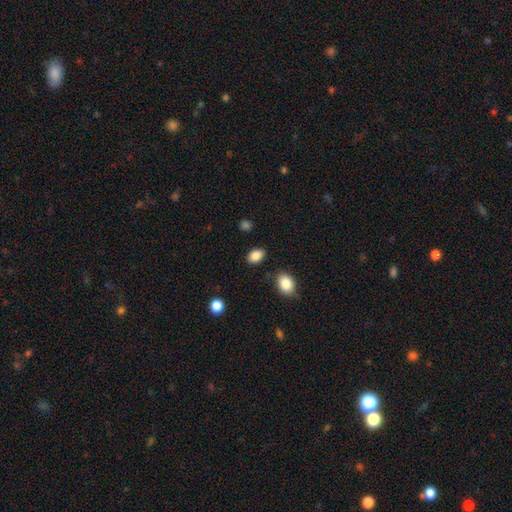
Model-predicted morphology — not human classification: A smooth galaxy with no disk features (87%) that is in between round and cigar-shaped (76%). Merging: none (84%).